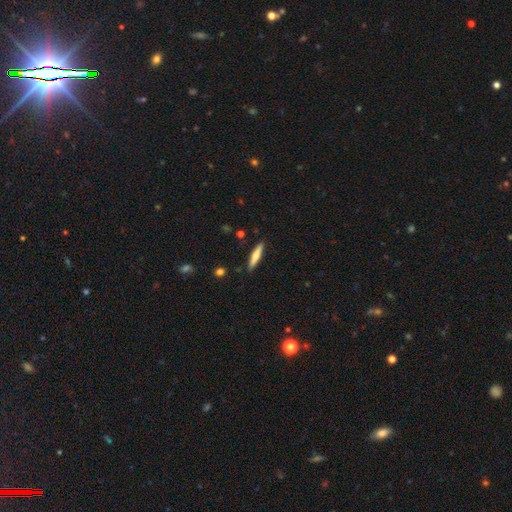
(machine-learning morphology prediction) smooth-or-featured: smooth: 57% | featured or disk: 37% | star or artifact: 6%
  how-rounded: cigar-shaped: 87% | in between: 12% | round: 2%
  merging: none: 89% | minor disturbance: 8% | major disturbance: 2% | merger: 1%